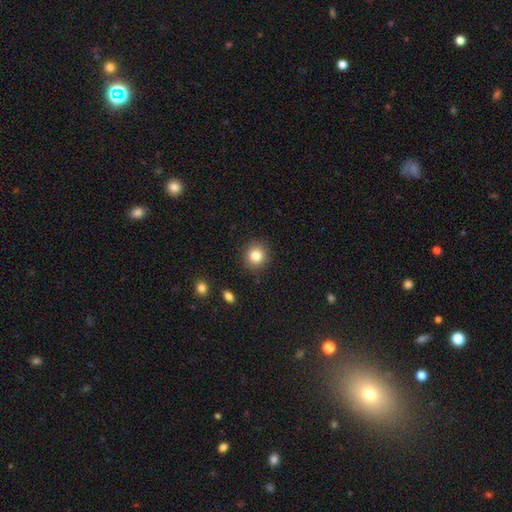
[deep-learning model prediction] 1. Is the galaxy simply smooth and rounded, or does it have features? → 83% smooth, 11% star or artifact, 7% featured or disk.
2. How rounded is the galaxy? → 89% round, 10% in between, 1% cigar-shaped.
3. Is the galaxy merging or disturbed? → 90% none, 7% minor disturbance, 2% major disturbance, 1% merger.